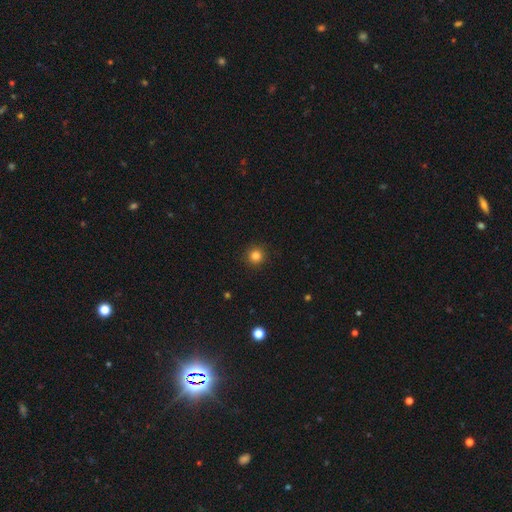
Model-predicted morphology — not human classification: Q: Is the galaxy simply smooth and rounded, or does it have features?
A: smooth — 82%.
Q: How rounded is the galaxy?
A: round — 95%.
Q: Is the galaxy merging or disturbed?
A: none — 93%.